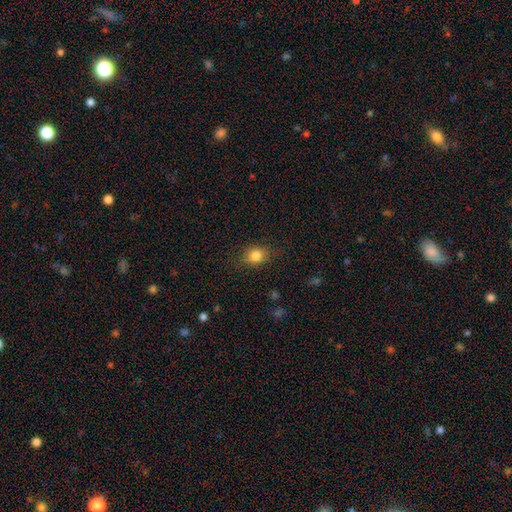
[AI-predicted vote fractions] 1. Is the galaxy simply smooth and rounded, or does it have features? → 83% smooth, 10% star or artifact, 7% featured or disk.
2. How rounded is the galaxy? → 54% round, 44% in between, 1% cigar-shaped.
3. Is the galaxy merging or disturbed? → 82% none, 13% minor disturbance, 4% major disturbance, 1% merger.